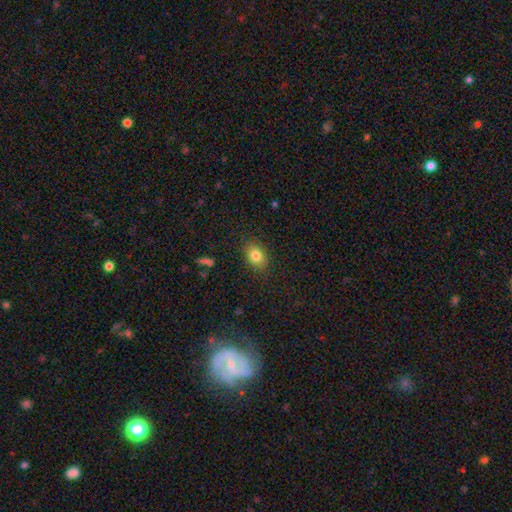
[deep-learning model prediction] smooth 81%, star or artifact 10%, featured or disk 9%. Down the decision tree: how rounded — in between (69%); merging — none (85%).